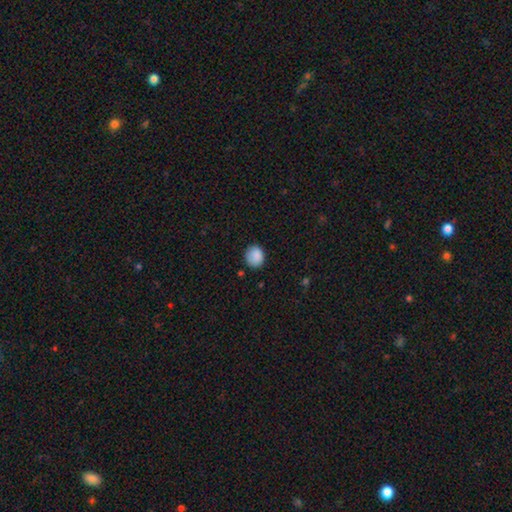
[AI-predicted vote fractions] Smooth or featured: smooth — 88% (star or artifact — 8%)
How rounded: round — 75% (in between — 24%)
Merging: none — 83% (minor disturbance — 13%)